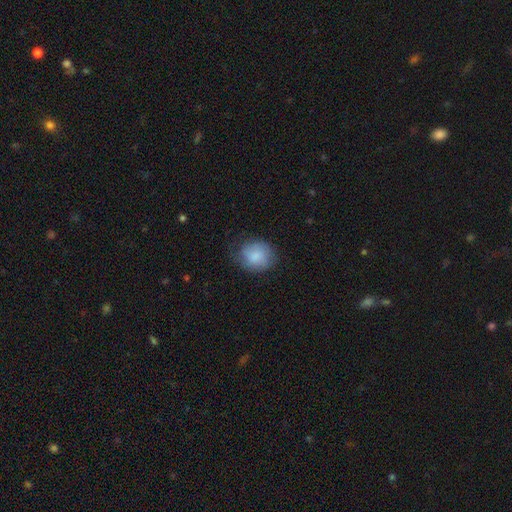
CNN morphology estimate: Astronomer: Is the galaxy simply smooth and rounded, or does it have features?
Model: smooth — 82%.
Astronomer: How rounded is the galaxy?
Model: round — 65%.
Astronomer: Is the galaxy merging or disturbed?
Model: none — 68%.